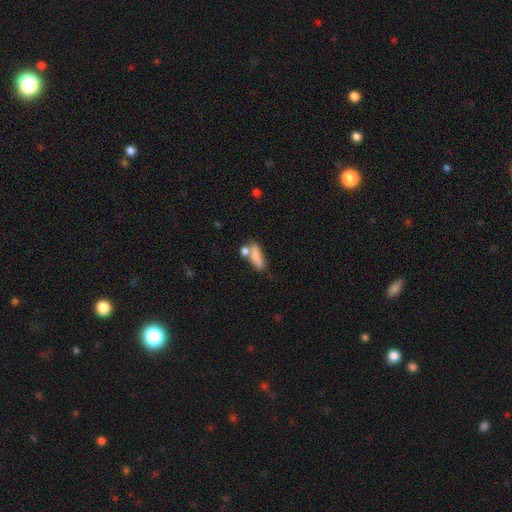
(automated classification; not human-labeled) Smooth or featured: smooth — 76% (featured or disk — 15%)
How rounded: in between — 57% (cigar-shaped — 37%)
Merging: none — 39% (merger — 32%)